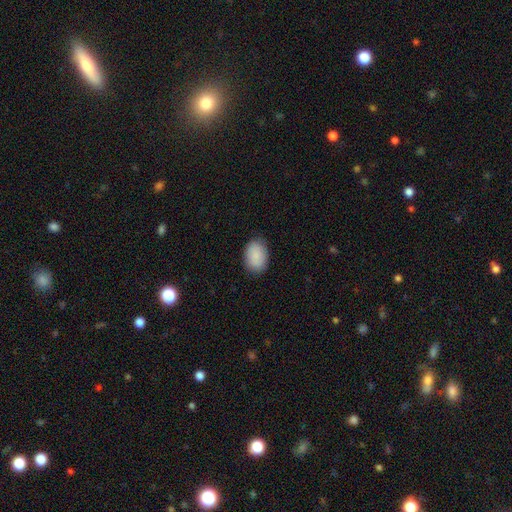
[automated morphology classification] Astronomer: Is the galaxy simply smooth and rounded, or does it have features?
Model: smooth — 90%.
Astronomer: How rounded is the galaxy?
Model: in between — 83%.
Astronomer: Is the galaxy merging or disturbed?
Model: none — 86%.